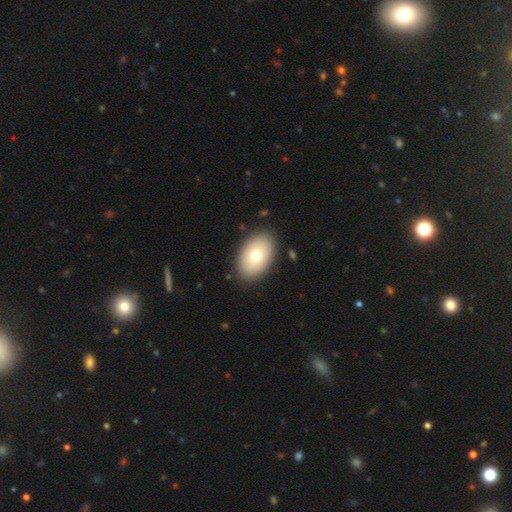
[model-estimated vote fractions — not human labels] smooth_or_featured: smooth (p=0.76) [alt: featured or disk p=0.17]
how_rounded: in between (p=0.90) [alt: round p=0.09]
merging: none (p=0.88) [alt: minor disturbance p=0.08]